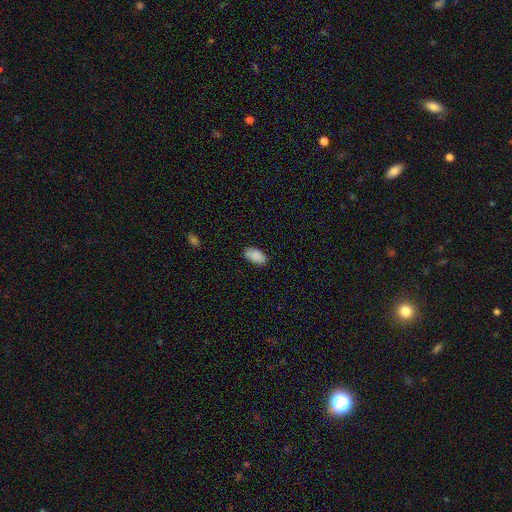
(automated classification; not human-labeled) Smooth or featured? Predicted: smooth (p=0.89). How rounded? Predicted: in between (p=0.94). Merging? Predicted: none (p=0.85).